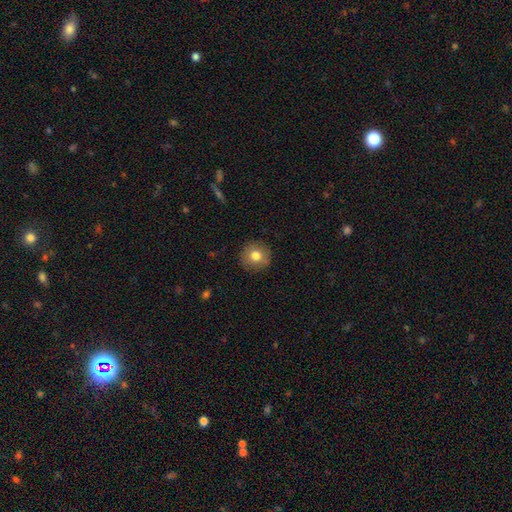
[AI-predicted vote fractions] Smooth or featured?
  - smooth: 78% *
  - featured or disk: 13%
  - star or artifact: 9%
How rounded?
  - round: 93% *
  - in between: 6%
  - cigar-shaped: 1%
Merging?
  - none: 90% *
  - minor disturbance: 7%
  - major disturbance: 2%
  - merger: 1%